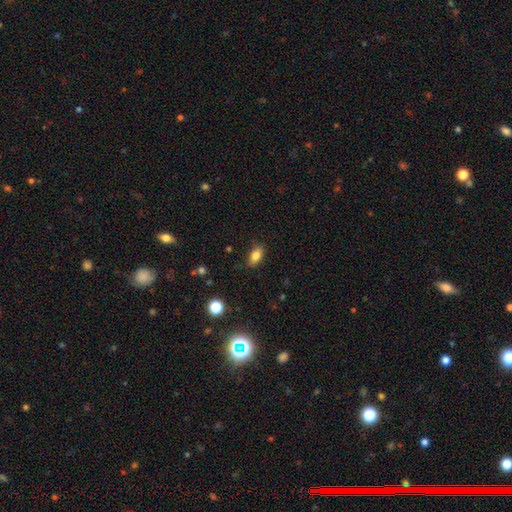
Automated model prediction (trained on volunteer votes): smooth 83%, star or artifact 10%, featured or disk 8%. Down the decision tree: how rounded — in between (88%); merging — none (83%).